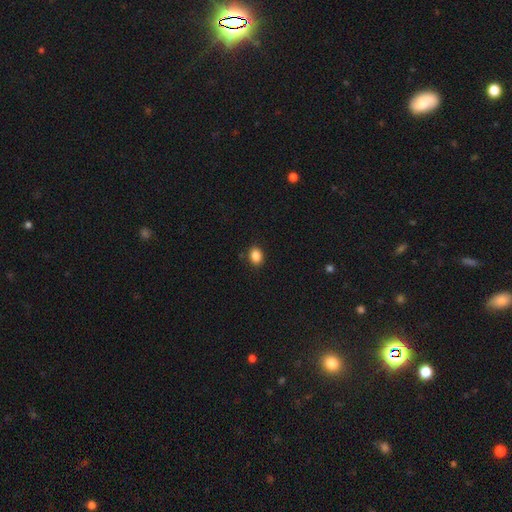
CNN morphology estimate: smooth_or_featured: smooth (p=0.86) [alt: star or artifact p=0.10]
how_rounded: in between (p=0.53) [alt: round p=0.46]
merging: none (p=0.88) [alt: minor disturbance p=0.08]